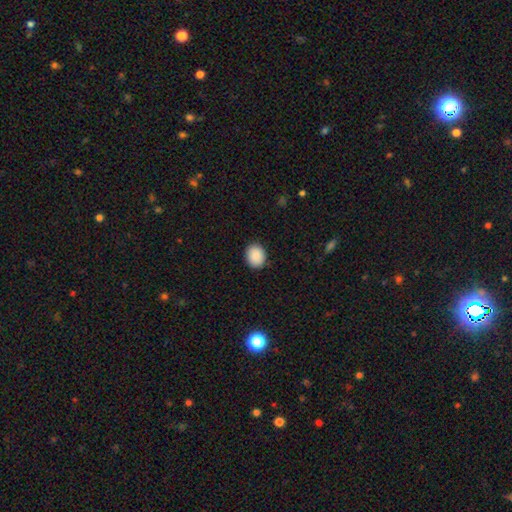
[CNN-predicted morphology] Overall: smooth (89%). How rounded: round (62%; in between 37%). Merging: none (89%).